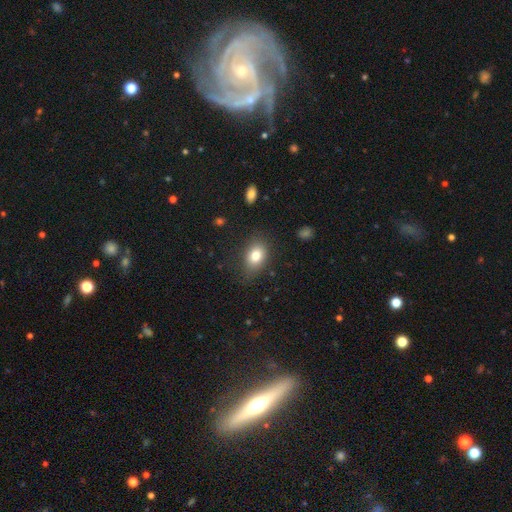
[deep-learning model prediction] Smooth or featured? smooth (80%)
How rounded? in between (75%)
Merging? none (77%)